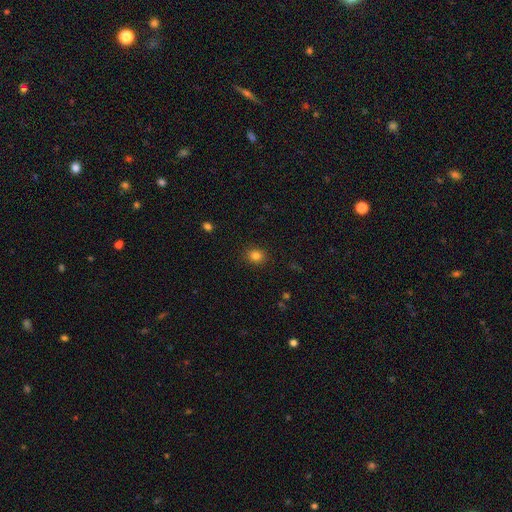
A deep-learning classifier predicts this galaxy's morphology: type=smooth (82%); roundness=round (69%); merging=none (90%).